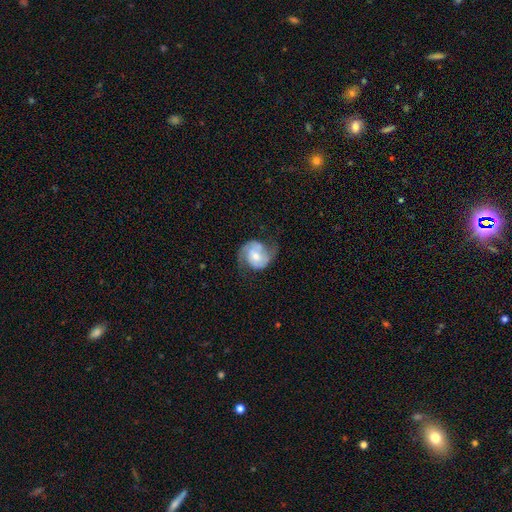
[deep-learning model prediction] The model was most divided on "bulge size": moderate: 49%, small: 40%, large: 6%, none: 3%, dominant: 2%. Remaining: edge-on disk — no (98%); spiral arms — yes (94%); spiral arm count — 2 (90%); smooth or featured — featured or disk (78%); merging — none (65%); bar — no (55%); spiral winding — medium (48%).